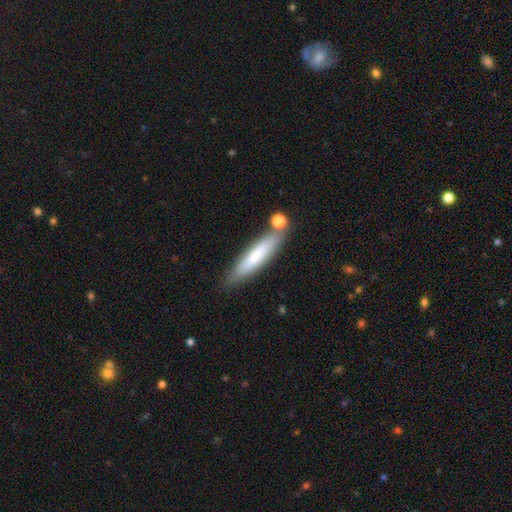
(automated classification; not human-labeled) This is likely a smooth galaxy (67%). How rounded: clearly cigar-shaped (85%). Merging: likely none (76%).